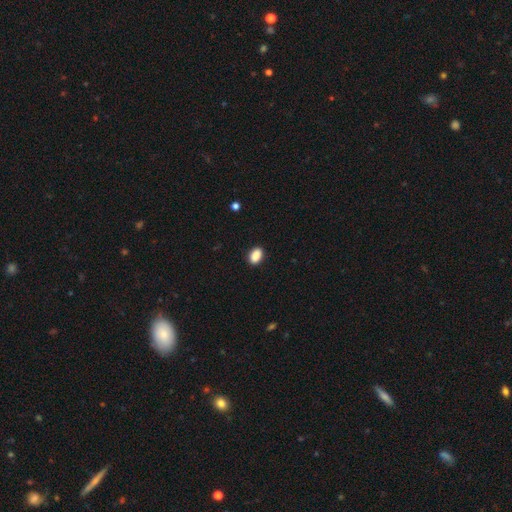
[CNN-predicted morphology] Smooth or featured? smooth (89%)
How rounded? in between (87%)
Merging? none (89%)